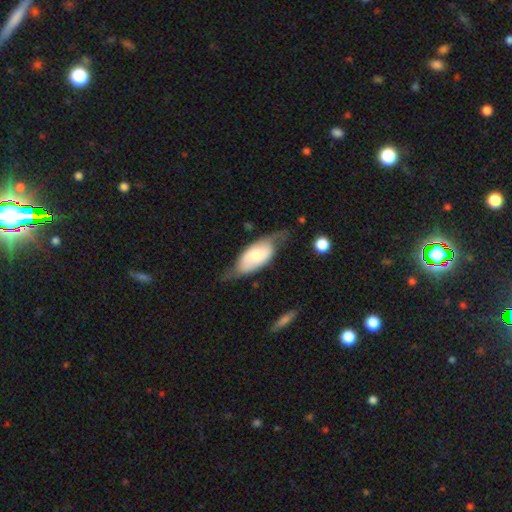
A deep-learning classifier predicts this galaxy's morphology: Smooth or featured: smooth — 47% (tied with featured or disk — 47%)
Merging: none — 47% (minor disturbance — 31%)